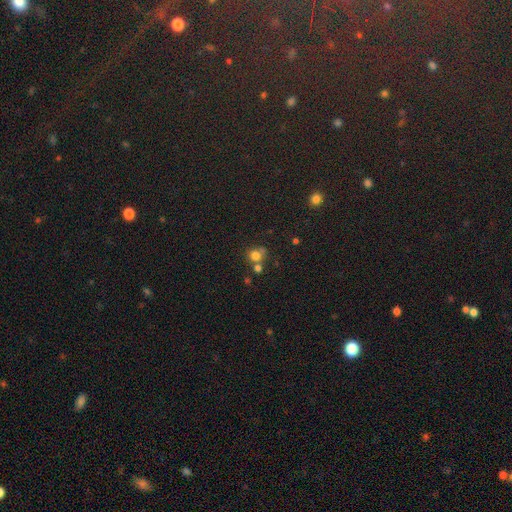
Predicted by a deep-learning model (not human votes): A smooth galaxy with no disk features (75%) that is round (81%).

Vote fractions:
- Smooth or featured? smooth: 75% / star or artifact: 15% / featured or disk: 9%
- How rounded? round: 81% / in between: 18% / cigar-shaped: 1%
- Merging? none: 51% / merger: 30% / minor disturbance: 13% / major disturbance: 6%